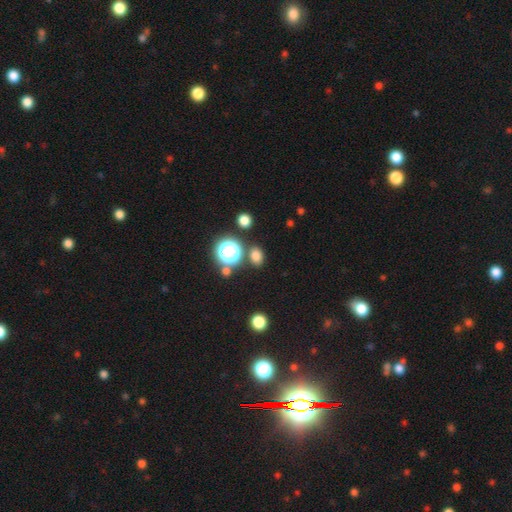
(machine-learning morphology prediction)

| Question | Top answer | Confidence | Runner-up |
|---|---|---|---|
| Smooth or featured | smooth | 74% | star or artifact (19%) |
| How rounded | in between | 58% | round (41%) |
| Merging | none | 79% | minor disturbance (10%) |